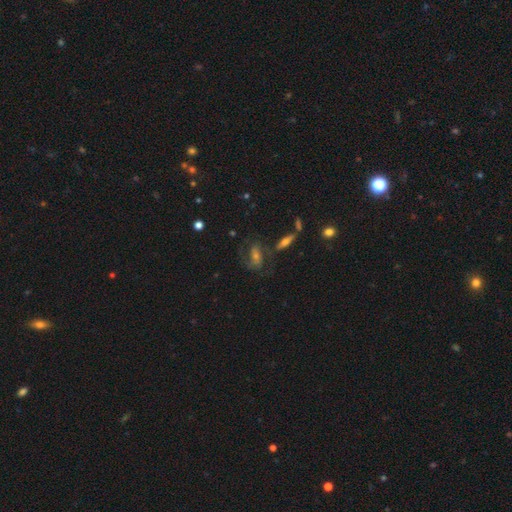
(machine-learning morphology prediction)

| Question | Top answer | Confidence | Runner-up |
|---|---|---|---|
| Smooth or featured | featured or disk | 60% | smooth (23%) |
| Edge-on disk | no | 88% | yes (12%) |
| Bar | no | 45% | weak (37%) |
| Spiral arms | yes | 79% | no (21%) |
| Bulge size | small | 45% | moderate (39%) |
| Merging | none | 62% | minor disturbance (16%) |